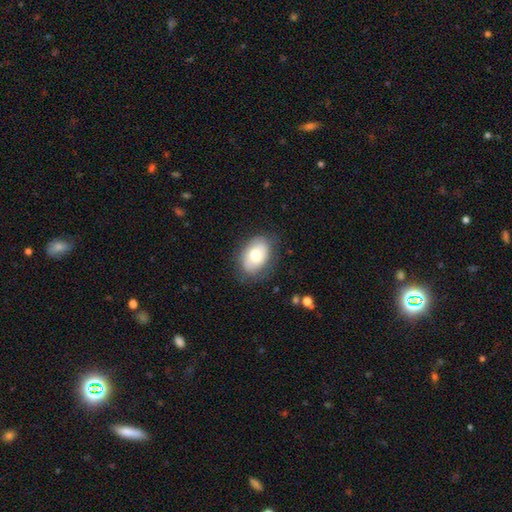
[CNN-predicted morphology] This appears to be a smooth galaxy with no disk features (70%) that is in between round and cigar-shaped (81%). Merging: none (76%).